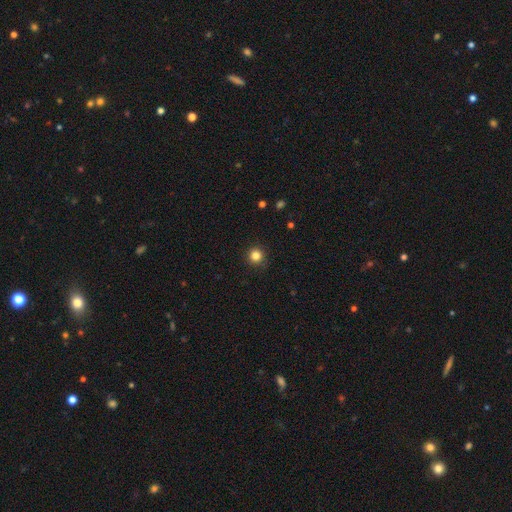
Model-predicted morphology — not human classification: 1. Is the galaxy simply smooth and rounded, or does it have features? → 84% smooth, 13% star or artifact, 4% featured or disk.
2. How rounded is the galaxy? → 95% round, 4% in between, 1% cigar-shaped.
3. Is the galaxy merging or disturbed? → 92% none, 5% minor disturbance, 2% major disturbance, 1% merger.